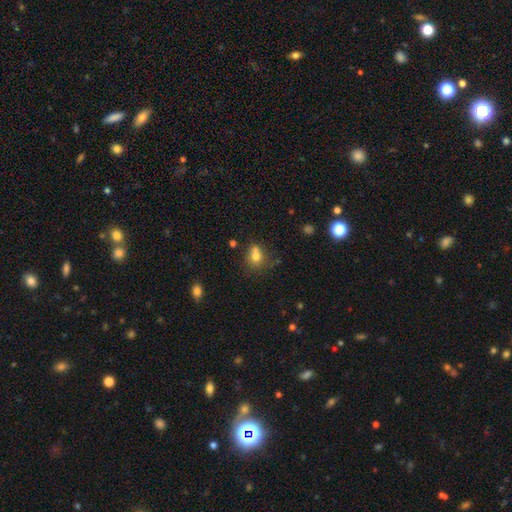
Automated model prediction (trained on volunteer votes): smooth-or-featured: smooth: 74% | star or artifact: 13% | featured or disk: 13%
  how-rounded: round: 64% | in between: 35% | cigar-shaped: 1%
  merging: none: 43% | merger: 33% | minor disturbance: 17% | major disturbance: 8%